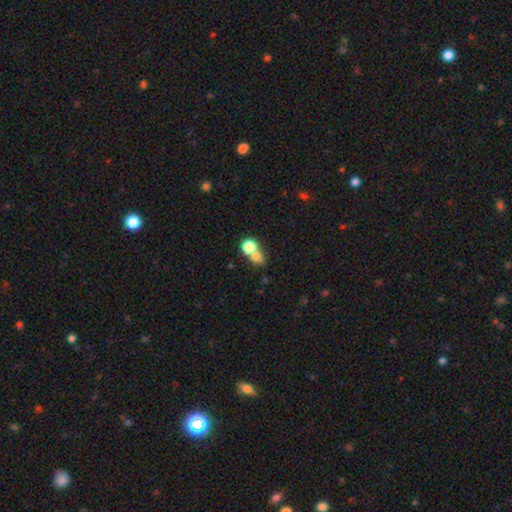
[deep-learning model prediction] A smooth galaxy with no disk features (73%) that is round (69%).

Vote fractions:
- Smooth or featured? smooth: 73% / star or artifact: 15% / featured or disk: 13%
- How rounded? round: 69% / in between: 30% / cigar-shaped: 2%
- Merging? merger: 54% / none: 34% / minor disturbance: 7% / major disturbance: 5%